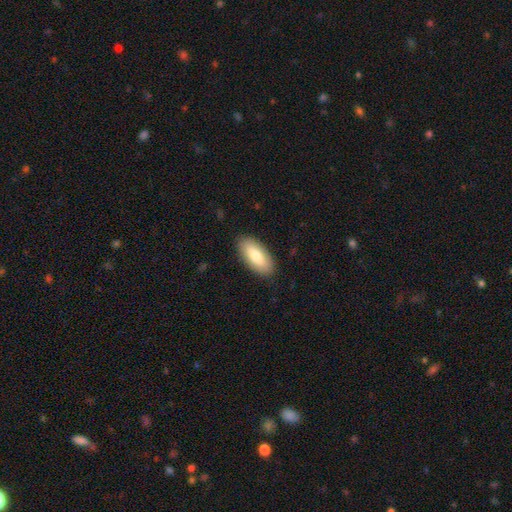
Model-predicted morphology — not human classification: Smooth or featured? Predicted: smooth (p=0.78). How rounded? Predicted: in between (p=0.88). Merging? Predicted: none (p=0.88).